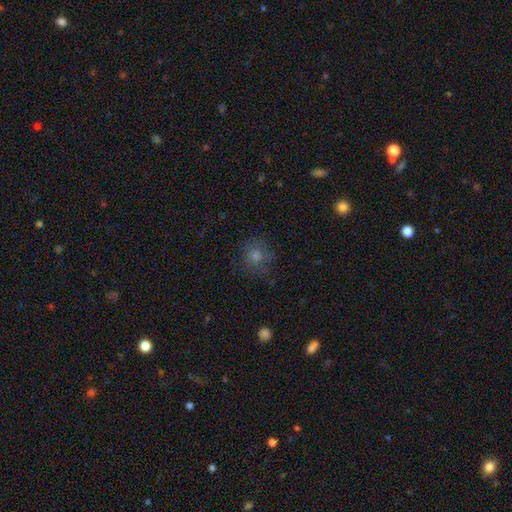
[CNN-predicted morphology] A smooth galaxy with no disk features (64%) that is round (87%).

Vote fractions:
- Smooth or featured? smooth: 64% / star or artifact: 22% / featured or disk: 14%
- How rounded? round: 87% / in between: 12% / cigar-shaped: 1%
- Merging? none: 77% / minor disturbance: 15% / major disturbance: 7% / merger: 1%